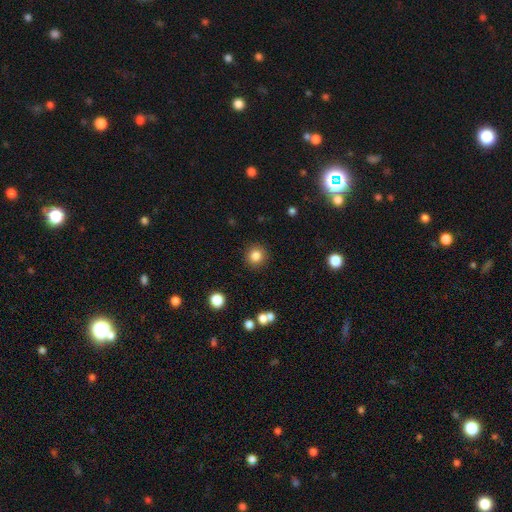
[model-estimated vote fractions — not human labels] smooth-or-featured: smooth: 83% | star or artifact: 11% | featured or disk: 6%
  how-rounded: round: 91% | in between: 8% | cigar-shaped: 1%
  merging: none: 90% | minor disturbance: 6% | major disturbance: 2% | merger: 2%